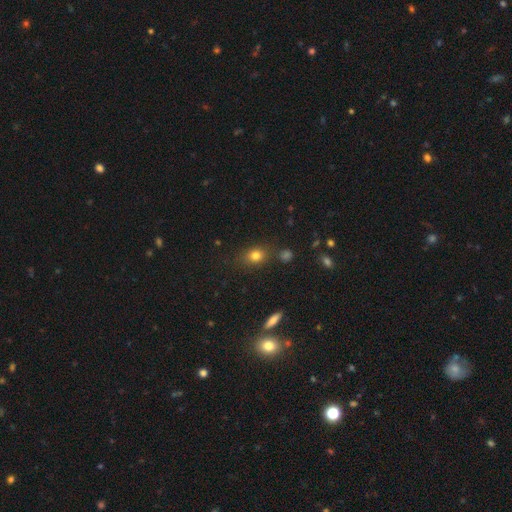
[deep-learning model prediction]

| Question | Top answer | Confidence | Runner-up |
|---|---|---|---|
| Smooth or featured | smooth | 79% | star or artifact (13%) |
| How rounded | round | 51% | in between (47%) |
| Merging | none | 78% | minor disturbance (13%) |